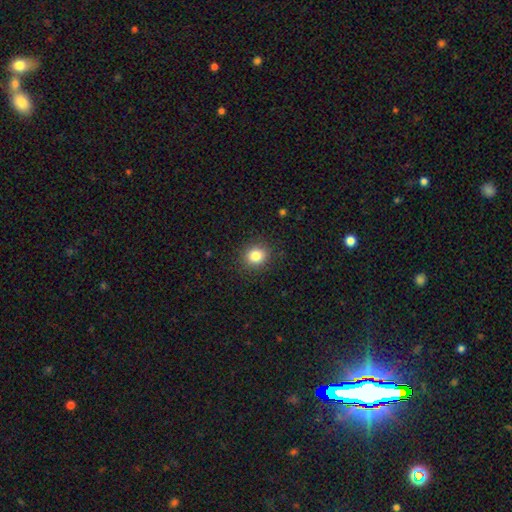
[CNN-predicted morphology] Smooth or featured?
  - smooth: 83% *
  - star or artifact: 11%
  - featured or disk: 5%
How rounded?
  - round: 82% *
  - in between: 17%
  - cigar-shaped: 1%
Merging?
  - none: 89% *
  - minor disturbance: 7%
  - major disturbance: 3%
  - merger: 1%